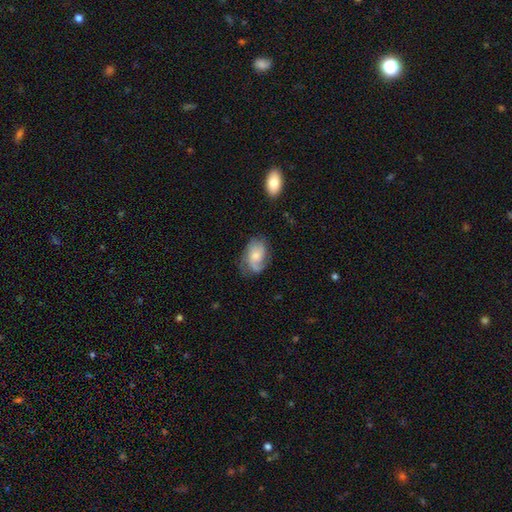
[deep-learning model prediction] Smooth or featured?
  - featured or disk: 58% *
  - smooth: 35%
  - star or artifact: 7%
Edge-on disk?
  - no: 96% *
  - yes: 4%
Bar?
  - no: 70% *
  - weak: 26%
  - strong: 4%
Spiral arms?
  - yes: 88% *
  - no: 12%
Bulge size?
  - moderate: 44% * (tied)
  - small: 44% * (tied)
  - none: 5%
  - large: 5%
  - dominant: 1%
Merging?
  - none: 56% *
  - minor disturbance: 27%
  - major disturbance: 15%
  - merger: 2%